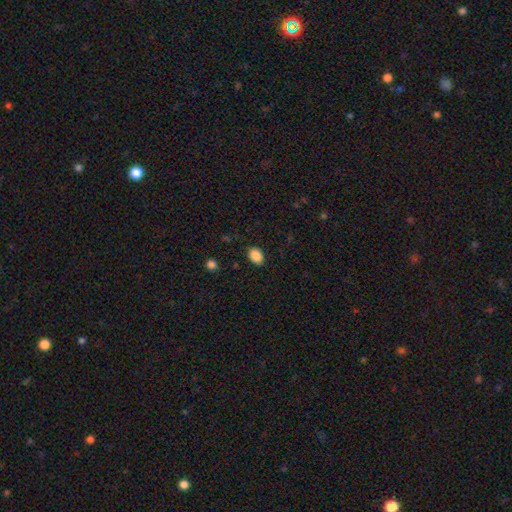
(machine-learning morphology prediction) Smooth or featured: smooth — 87% (star or artifact — 9%)
How rounded: in between — 64% (round — 35%)
Merging: none — 87% (minor disturbance — 9%)